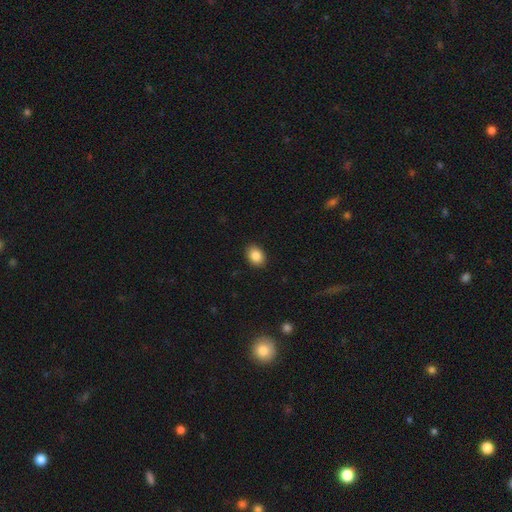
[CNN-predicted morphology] Smooth or featured?
  - smooth: 87% *
  - star or artifact: 8%
  - featured or disk: 5%
How rounded?
  - in between: 67% *
  - round: 32%
  - cigar-shaped: 1%
Merging?
  - none: 90% *
  - minor disturbance: 7%
  - major disturbance: 2%
  - merger: 1%